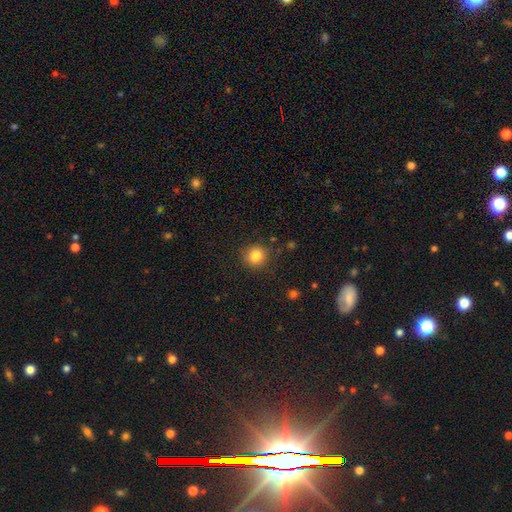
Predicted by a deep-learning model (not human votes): smooth 84%, star or artifact 11%, featured or disk 5%. Down the decision tree: how rounded — round (90%); merging — none (88%).